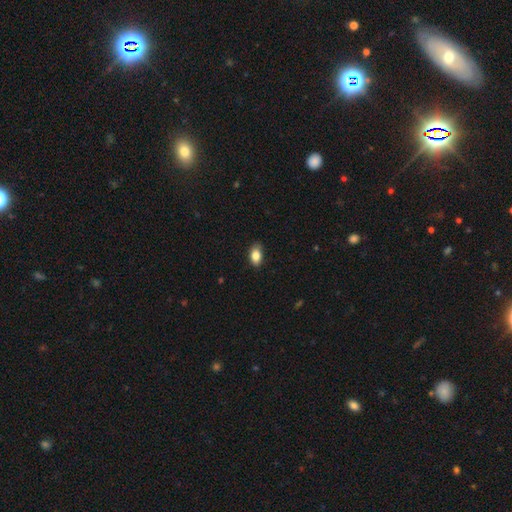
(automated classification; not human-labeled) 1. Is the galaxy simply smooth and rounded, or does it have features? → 83% smooth, 9% featured or disk, 8% star or artifact.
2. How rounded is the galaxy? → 88% in between, 9% round, 3% cigar-shaped.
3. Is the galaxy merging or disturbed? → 83% none, 14% minor disturbance, 2% major disturbance, 1% merger.